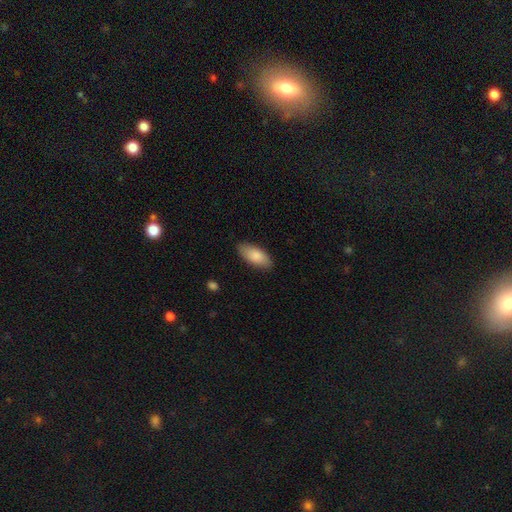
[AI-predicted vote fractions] A smooth galaxy with no disk features (86%) that is in between round and cigar-shaped (88%).

Vote fractions:
- Smooth or featured? smooth: 86% / featured or disk: 9% / star or artifact: 5%
- How rounded? in between: 88% / cigar-shaped: 10% / round: 2%
- Merging? none: 86% / minor disturbance: 11% / major disturbance: 2% / merger: 1%